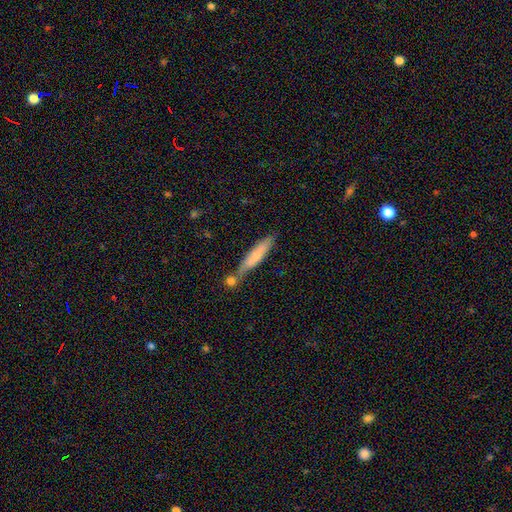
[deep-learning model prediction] Smooth or featured: smooth — 71% (featured or disk — 23%)
How rounded: cigar-shaped — 87% (in between — 11%)
Merging: none — 57% (merger — 20%)